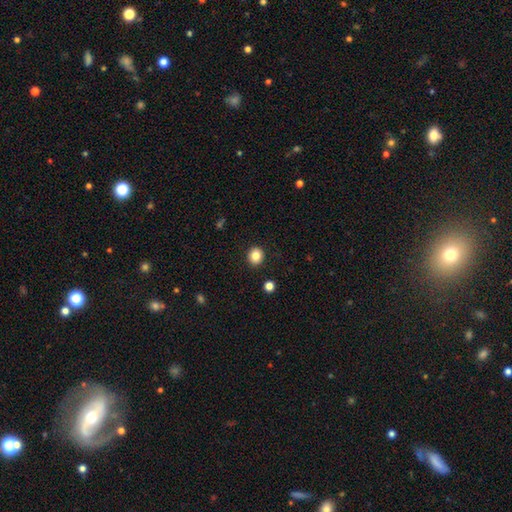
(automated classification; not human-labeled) The model was most divided on "how rounded": round: 82%, in between: 17%, cigar-shaped: 1%. More confident: merging — none (92%); smooth or featured — smooth (84%).